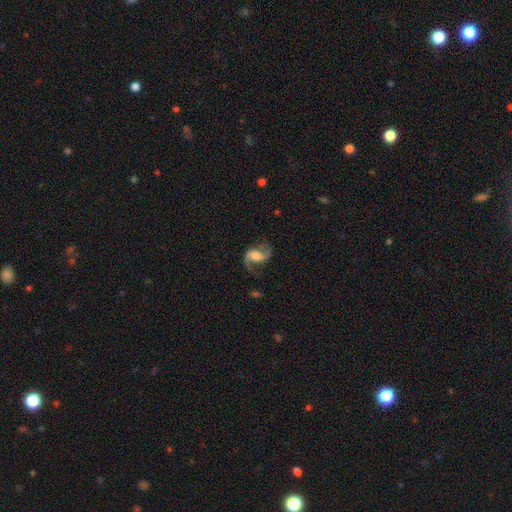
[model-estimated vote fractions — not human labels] smooth_or_featured: featured or disk (p=0.88) [alt: smooth p=0.07]
disk_edge_on: no (p=0.98) [alt: yes p=0.02]
bar: weak (p=0.43) [alt: no p=0.40]
has_spiral_arms: yes (p=0.97) [alt: no p=0.03]
spiral_winding: loose (p=0.58) [alt: medium p=0.36]
spiral_arm_count: 2 (p=0.91) [alt: 1 p=0.04]
bulge_size: moderate (p=0.57) [alt: small p=0.23]
merging: none (p=0.71) [alt: minor disturbance p=0.16]